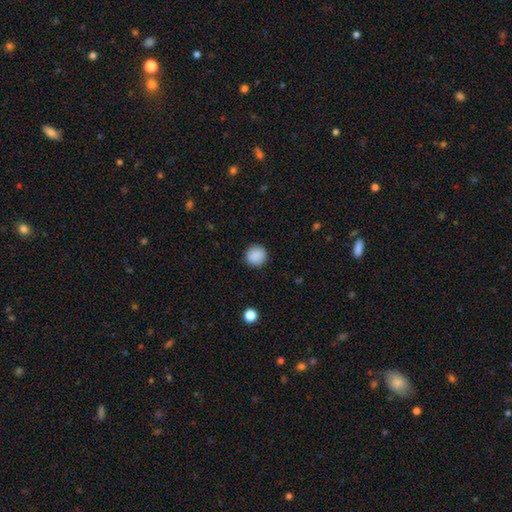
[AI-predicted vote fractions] smooth 89%, star or artifact 8%, featured or disk 3%. Down the decision tree: how rounded — round (93%); merging — none (91%).